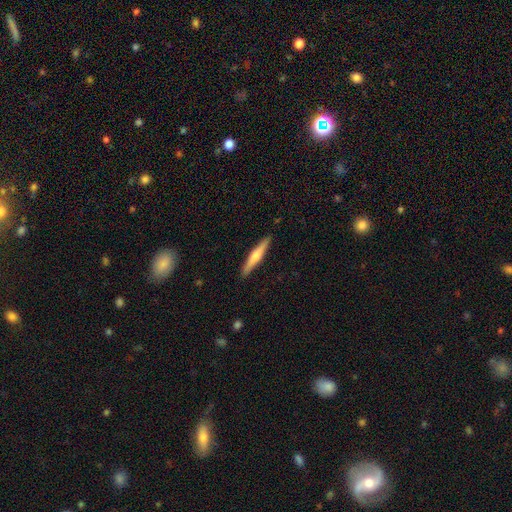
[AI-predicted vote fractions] smooth_or_featured: featured or disk (p=0.48) [alt: smooth p=0.46]
merging: none (p=0.91) [alt: minor disturbance p=0.07]